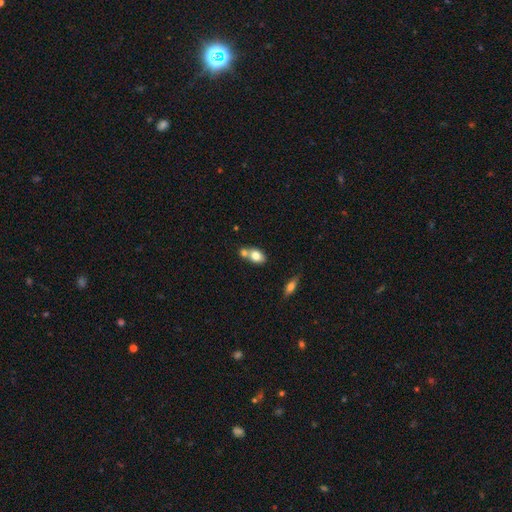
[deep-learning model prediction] Smooth or featured?
  - smooth: 77% *
  - featured or disk: 15%
  - star or artifact: 8%
How rounded?
  - in between: 73% *
  - round: 24%
  - cigar-shaped: 3%
Merging?
  - merger: 47% *
  - none: 40%
  - minor disturbance: 10%
  - major disturbance: 3%